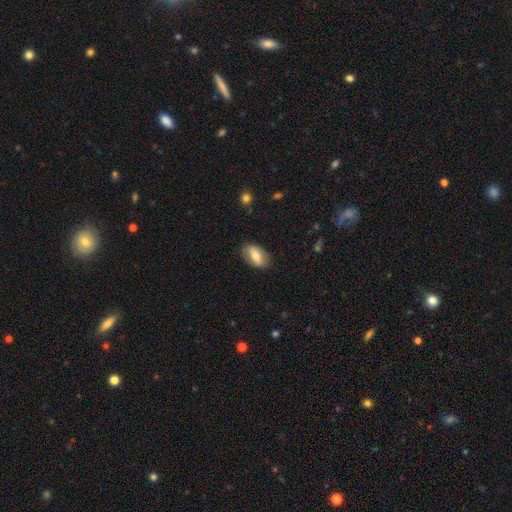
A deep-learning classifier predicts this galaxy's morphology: Smooth or featured: smooth — 61% (featured or disk — 33%)
How rounded: in between — 88% (cigar-shaped — 6%)
Merging: none — 82% (minor disturbance — 13%)